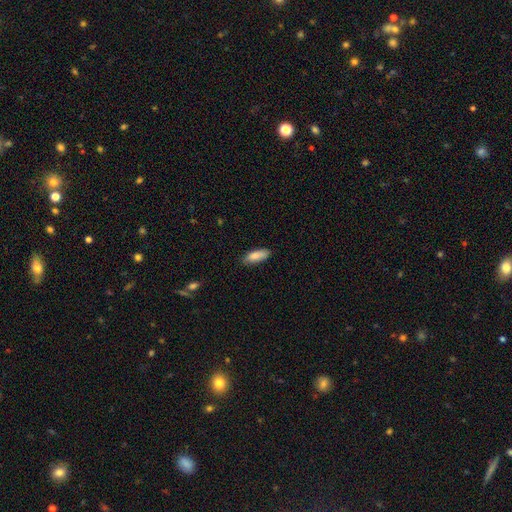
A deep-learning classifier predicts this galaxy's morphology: This is clearly a smooth galaxy (85%). How rounded: likely in between (68%). Merging: clearly none (82%).